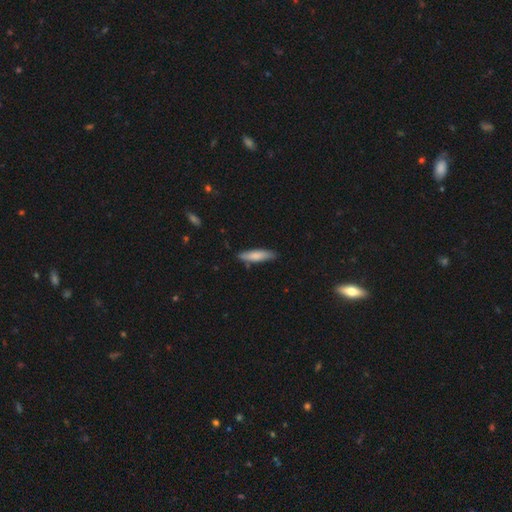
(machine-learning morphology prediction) Smooth or featured: smooth — 78% (featured or disk — 17%)
How rounded: cigar-shaped — 75% (in between — 24%)
Merging: none — 83% (minor disturbance — 13%)